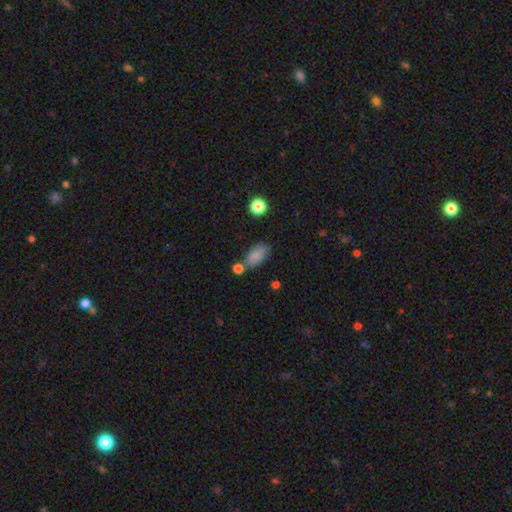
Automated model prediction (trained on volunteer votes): Smooth or featured: smooth — 83% (star or artifact — 9%)
How rounded: in between — 90% (round — 5%)
Merging: none — 58% (minor disturbance — 19%)